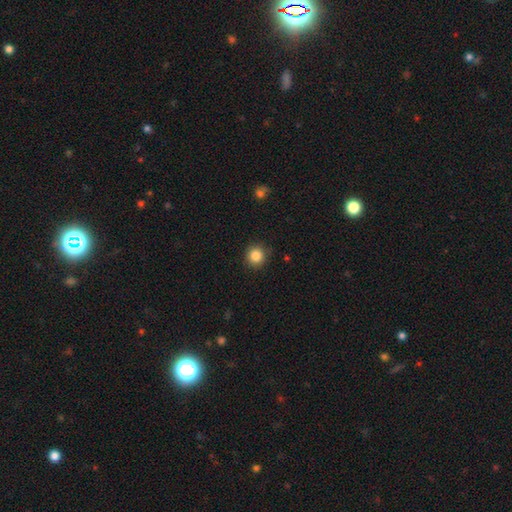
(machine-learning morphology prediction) smooth-or-featured: smooth: 85% | star or artifact: 10% | featured or disk: 4%
  how-rounded: round: 93% | in between: 6% | cigar-shaped: 1%
  merging: none: 89% | minor disturbance: 7% | major disturbance: 2% | merger: 1%